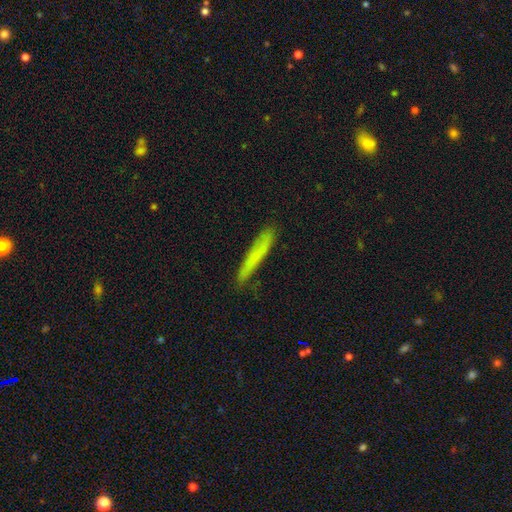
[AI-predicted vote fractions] Smooth or featured: smooth — 63% (featured or disk — 30%)
How rounded: cigar-shaped — 94% (in between — 4%)
Merging: none — 77% (minor disturbance — 17%)